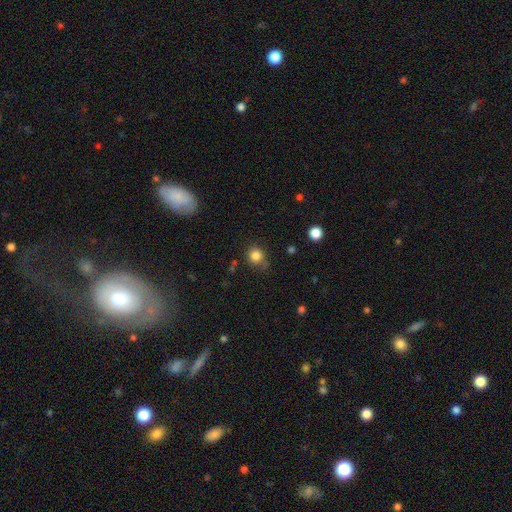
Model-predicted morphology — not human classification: smooth_or_featured: smooth (p=0.83) [alt: star or artifact p=0.12]
how_rounded: round (p=0.84) [alt: in between p=0.15]
merging: none (p=0.68) [alt: minor disturbance p=0.22]